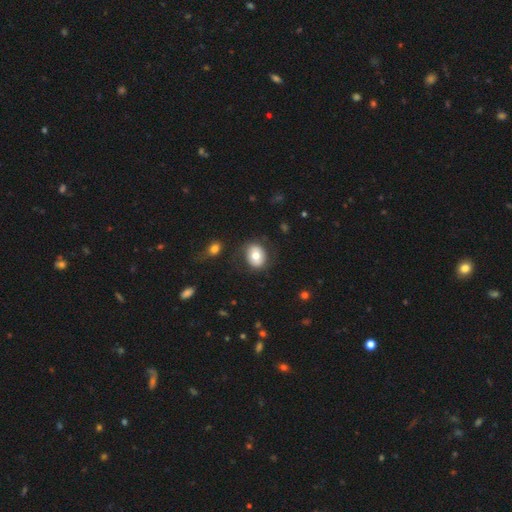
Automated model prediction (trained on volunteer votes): The model was most divided on "how rounded": in between: 52%, round: 47%, cigar-shaped: 1%. More confident: merging — none (79%); smooth or featured — smooth (71%).